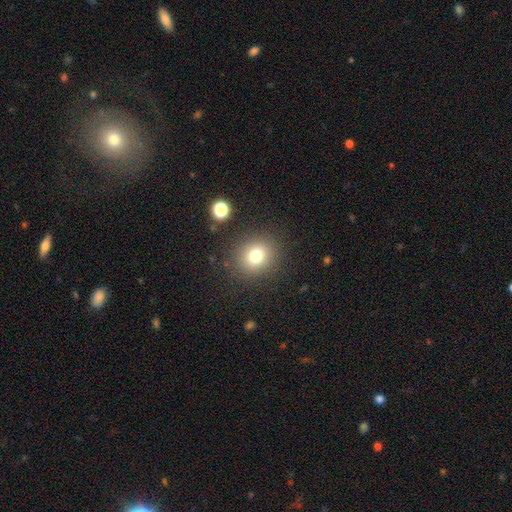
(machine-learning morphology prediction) The model was most divided on "how rounded": round: 78%, in between: 21%, cigar-shaped: 1%. More confident: merging — none (86%); smooth or featured — smooth (76%).